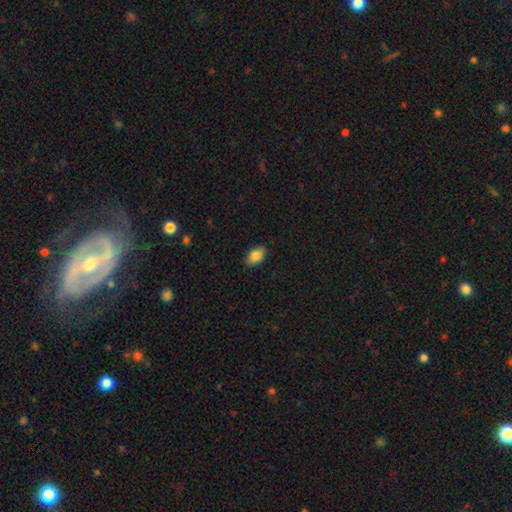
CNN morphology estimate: Smooth or featured? smooth (84%)
How rounded? in between (91%)
Merging? none (88%)